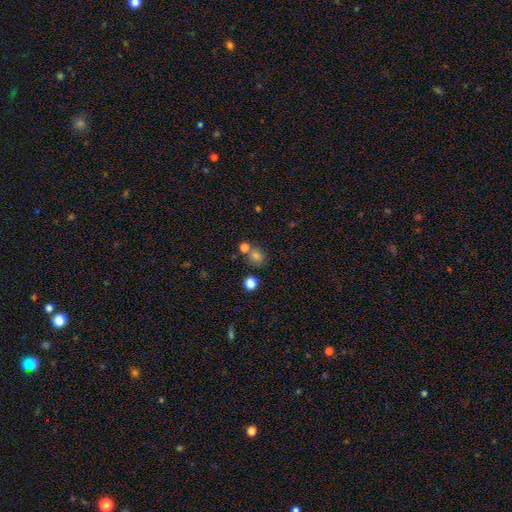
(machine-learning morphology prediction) smooth_or_featured: smooth (p=0.76) [alt: star or artifact p=0.16]
how_rounded: round (p=0.73) [alt: in between p=0.26]
merging: none (p=0.65) [alt: merger p=0.21]